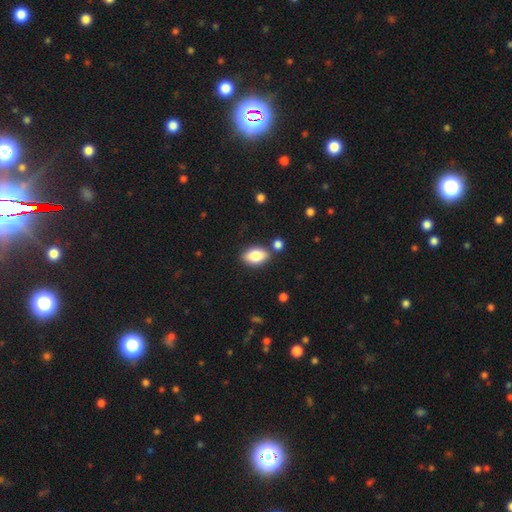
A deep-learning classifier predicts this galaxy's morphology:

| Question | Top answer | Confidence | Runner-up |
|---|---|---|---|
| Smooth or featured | smooth | 82% | featured or disk (10%) |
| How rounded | in between | 90% | round (7%) |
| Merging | none | 77% | minor disturbance (11%) |